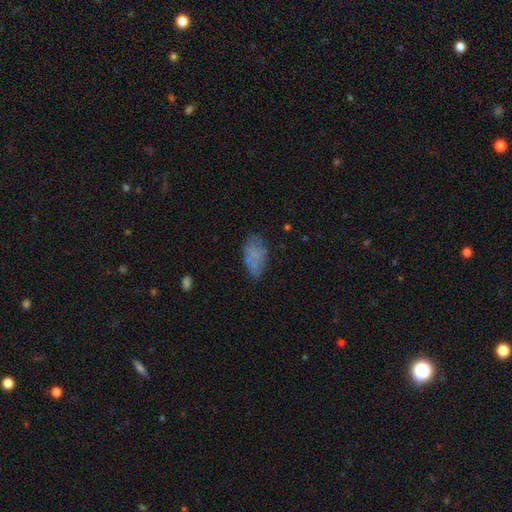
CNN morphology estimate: smooth-or-featured: smooth: 58% | featured or disk: 29% | star or artifact: 13%
  how-rounded: in between: 91% | round: 5% | cigar-shaped: 4%
  merging: none: 56% | minor disturbance: 24% | major disturbance: 14% | merger: 6%